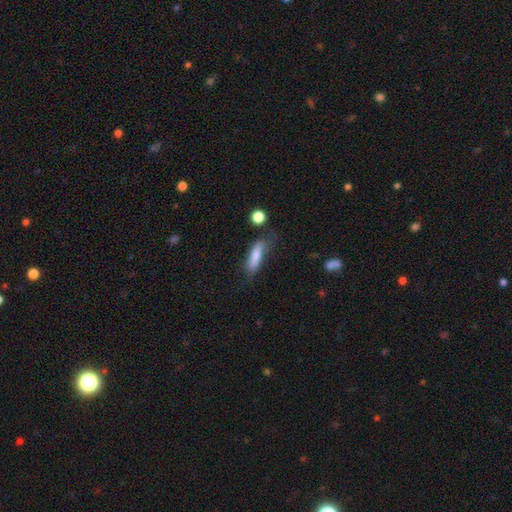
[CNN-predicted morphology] The model was most divided on "how rounded": cigar-shaped: 57%, in between: 40%, round: 3%. More confident: smooth or featured — smooth (75%); merging — none (59%).